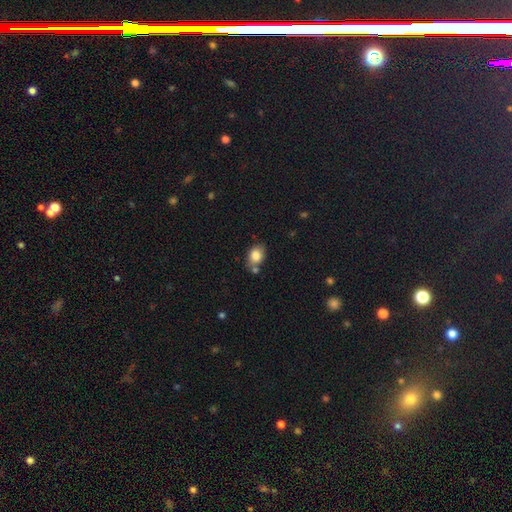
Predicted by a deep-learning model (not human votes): A smooth galaxy with no disk features (83%) that is in between round and cigar-shaped (69%).

Vote fractions:
- Smooth or featured? smooth: 83% / star or artifact: 9% / featured or disk: 8%
- How rounded? in between: 69% / round: 30% / cigar-shaped: 1%
- Merging? none: 64% / minor disturbance: 17% / merger: 15% / major disturbance: 4%